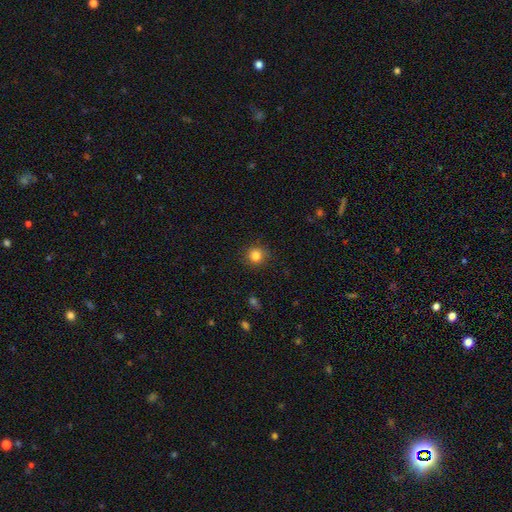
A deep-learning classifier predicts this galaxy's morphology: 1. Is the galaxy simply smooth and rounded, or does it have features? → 84% smooth, 11% star or artifact, 5% featured or disk.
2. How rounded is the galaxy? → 92% round, 7% in between, 1% cigar-shaped.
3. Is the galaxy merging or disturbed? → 89% none, 7% minor disturbance, 2% major disturbance, 1% merger.